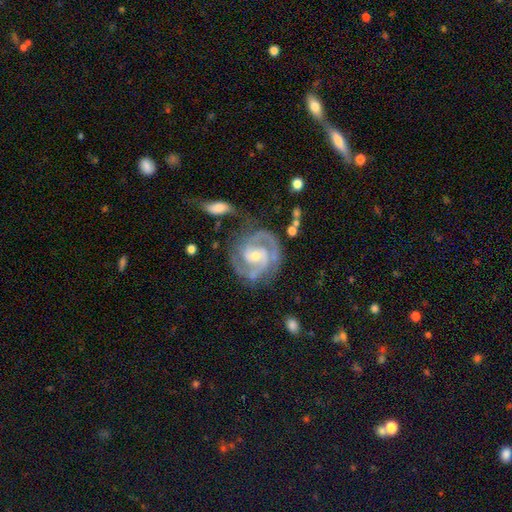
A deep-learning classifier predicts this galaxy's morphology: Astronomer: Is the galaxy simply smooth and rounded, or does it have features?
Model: featured or disk — 90%.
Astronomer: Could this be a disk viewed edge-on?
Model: no — 98%.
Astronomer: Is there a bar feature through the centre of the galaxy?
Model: no — 53% (runner-up: weak, 34%).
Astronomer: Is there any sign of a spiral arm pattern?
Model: yes — 98%.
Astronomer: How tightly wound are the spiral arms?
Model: tight — 55% (runner-up: medium, 39%).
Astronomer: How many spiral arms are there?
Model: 2 — 74%.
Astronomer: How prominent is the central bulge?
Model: small — 54% (runner-up: moderate, 42%).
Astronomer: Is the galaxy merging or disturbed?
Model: none — 67%.